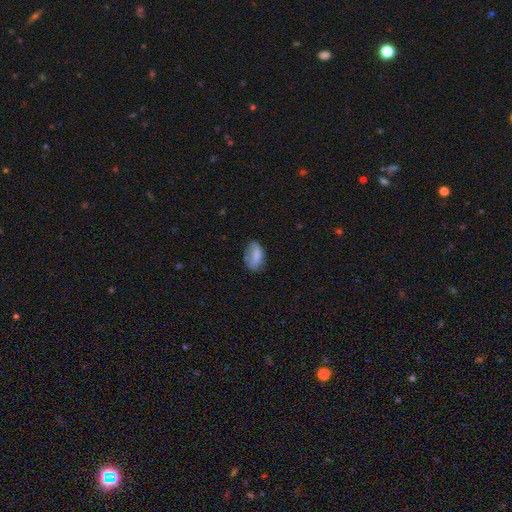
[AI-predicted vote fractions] Smooth or featured? Predicted: smooth (p=0.77). How rounded? Predicted: in between (p=0.90). Merging? Predicted: none (p=0.56).